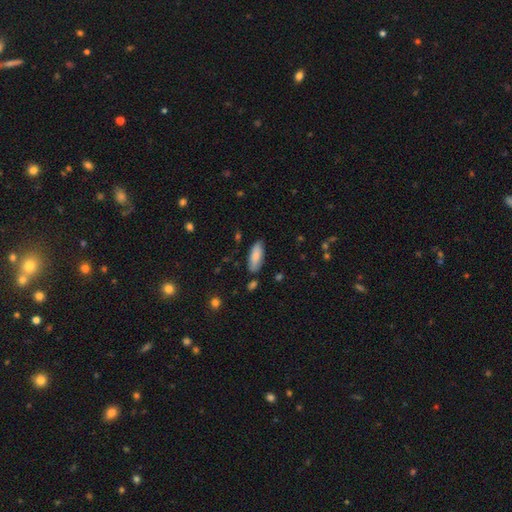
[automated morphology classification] smooth_or_featured: smooth (p=0.83) [alt: featured or disk p=0.11]
how_rounded: in between (p=0.76) [alt: cigar-shaped p=0.22]
merging: none (p=0.81) [alt: minor disturbance p=0.14]